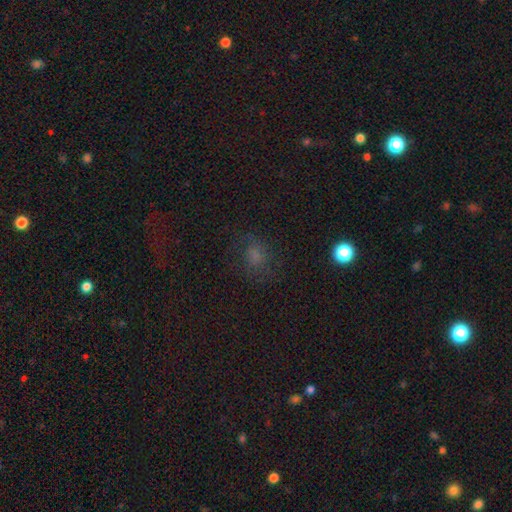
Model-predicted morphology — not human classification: A smooth galaxy with no disk features (57%) that is round (67%). Merging: none (65%).